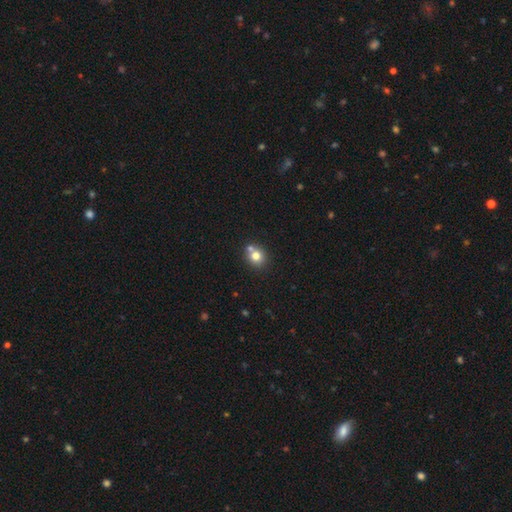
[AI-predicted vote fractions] Overall: smooth (76%). How rounded: round (81%). Merging: none (57%; merger 32%).